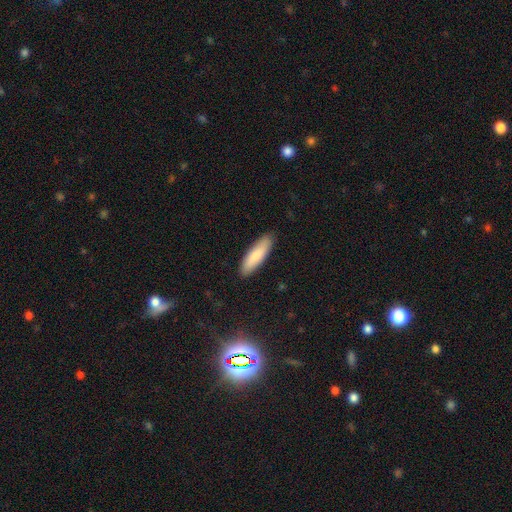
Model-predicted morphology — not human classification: This appears to be a smooth galaxy with no disk features (82%) that is cigar-shaped (57%). Merging: none (89%).